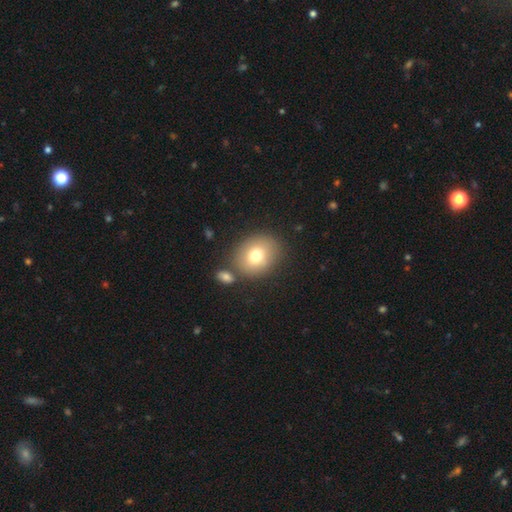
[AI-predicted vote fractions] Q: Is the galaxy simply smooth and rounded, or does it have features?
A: smooth — 75%.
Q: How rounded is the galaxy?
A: round — 55%.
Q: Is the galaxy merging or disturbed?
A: none — 74%.